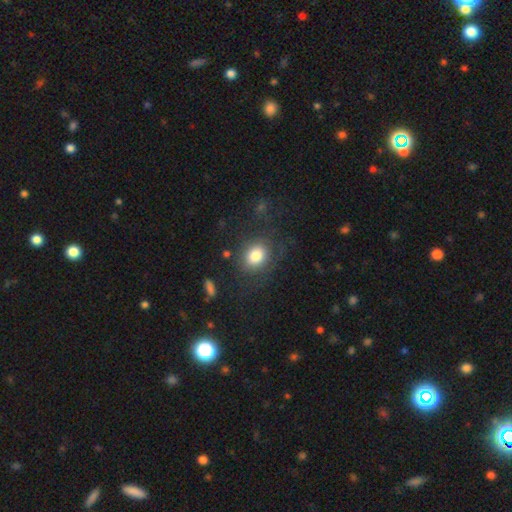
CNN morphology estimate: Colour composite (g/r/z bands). It shows a smooth galaxy with no disk features (77%) that is round (53%). Merging: none (71%).